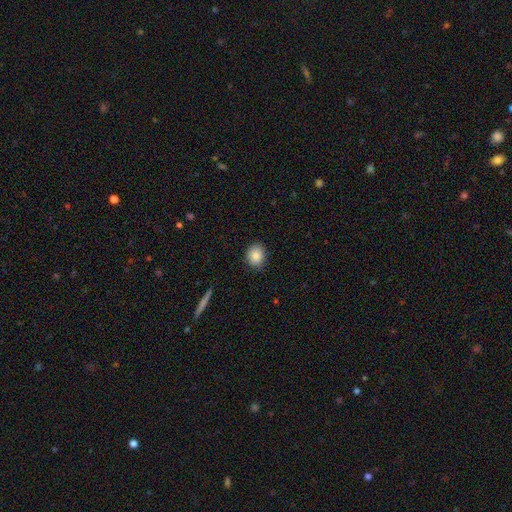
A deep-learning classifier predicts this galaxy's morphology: type=smooth (84%); roundness=round (62%); merging=none (86%).